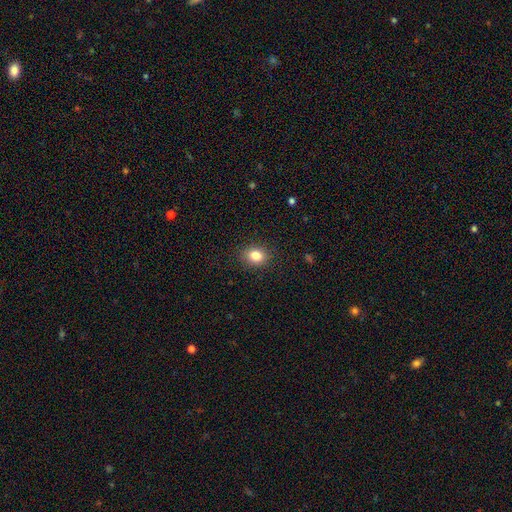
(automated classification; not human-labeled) Smooth or featured? smooth (83%)
How rounded? in between (50%)
Merging? none (88%)